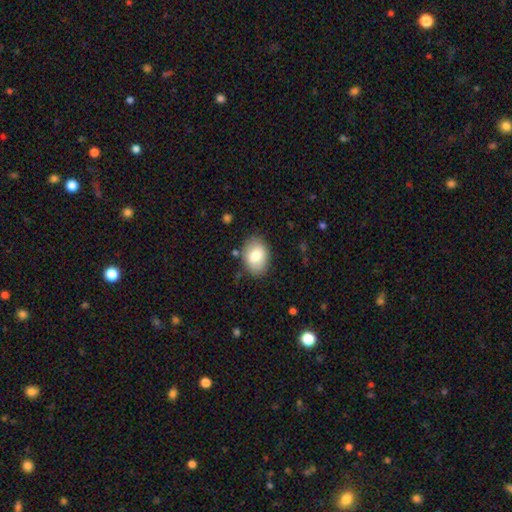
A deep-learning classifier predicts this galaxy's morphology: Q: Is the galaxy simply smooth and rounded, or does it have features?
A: smooth — 77%.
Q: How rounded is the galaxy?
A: in between — 80%.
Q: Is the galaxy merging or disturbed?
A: none — 82%.